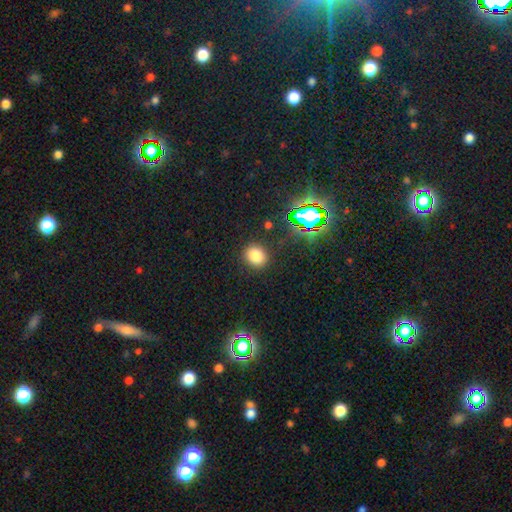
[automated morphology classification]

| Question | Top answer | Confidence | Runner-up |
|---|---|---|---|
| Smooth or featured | smooth | 78% | star or artifact (17%) |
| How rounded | round | 71% | in between (28%) |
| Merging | none | 88% | minor disturbance (8%) |